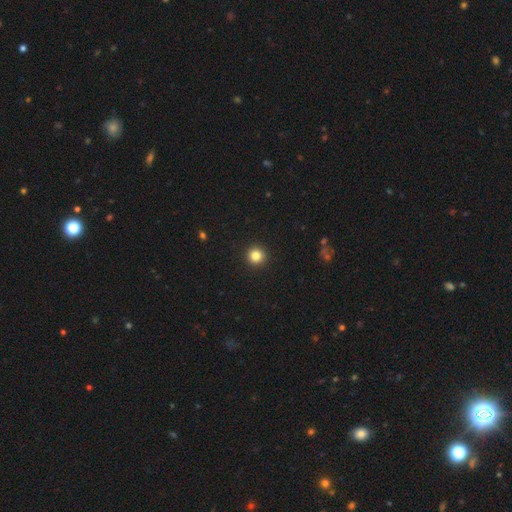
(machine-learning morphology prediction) Smooth or featured?
  - smooth: 83% *
  - star or artifact: 12%
  - featured or disk: 5%
How rounded?
  - round: 96% *
  - in between: 3%
  - cigar-shaped: 1%
Merging?
  - none: 94% *
  - minor disturbance: 4%
  - major disturbance: 2%
  - merger: 1%